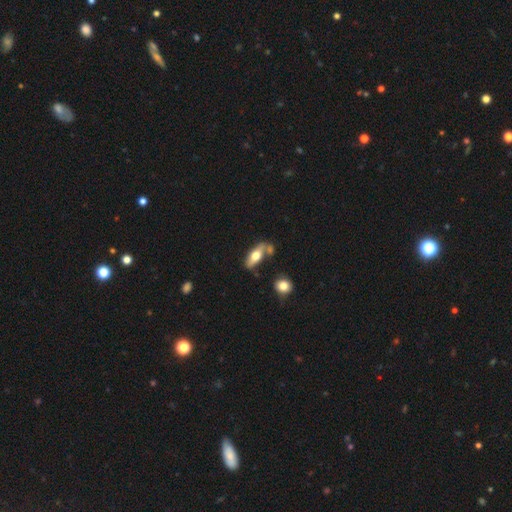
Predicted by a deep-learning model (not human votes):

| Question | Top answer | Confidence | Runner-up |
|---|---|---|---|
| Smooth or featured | smooth | 54% | featured or disk (39%) |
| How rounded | in between | 69% | cigar-shaped (27%) |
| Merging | none | 53% | minor disturbance (20%) |